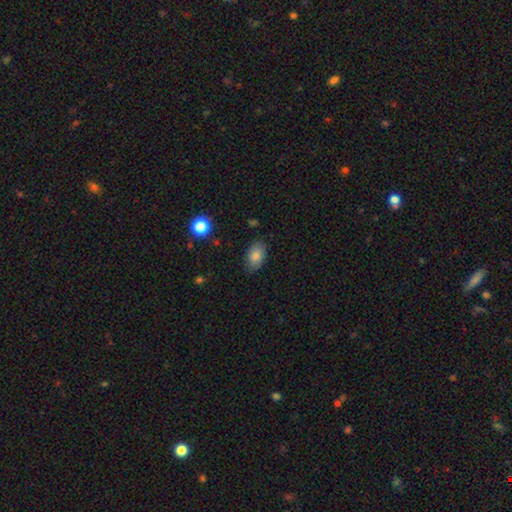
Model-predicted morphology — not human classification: Smooth or featured?
  - smooth: 83% *
  - featured or disk: 9%
  - star or artifact: 8%
How rounded?
  - in between: 91% *
  - round: 7%
  - cigar-shaped: 2%
Merging?
  - none: 81% *
  - minor disturbance: 15%
  - major disturbance: 3%
  - merger: 1%